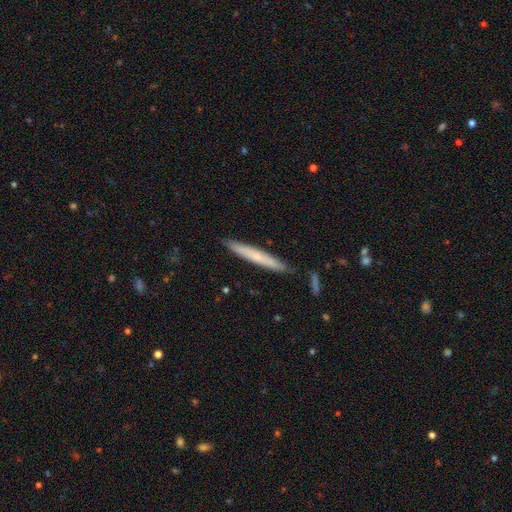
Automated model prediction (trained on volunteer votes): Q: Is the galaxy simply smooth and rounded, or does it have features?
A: smooth — 60%.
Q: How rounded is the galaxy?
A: cigar-shaped — 96%.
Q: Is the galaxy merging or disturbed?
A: none — 88%.